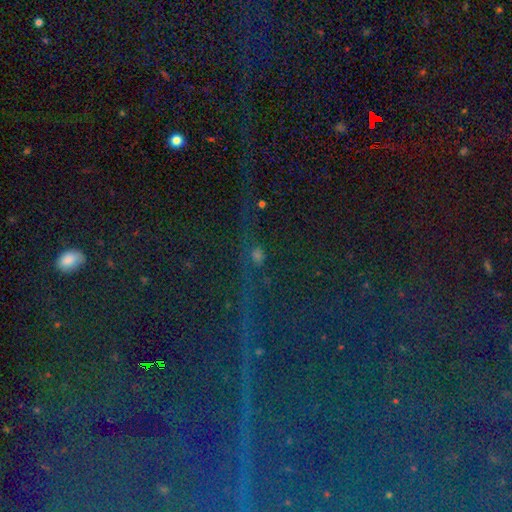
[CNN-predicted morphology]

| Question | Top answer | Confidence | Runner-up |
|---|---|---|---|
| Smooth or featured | star or artifact | 62% | smooth (25%) |